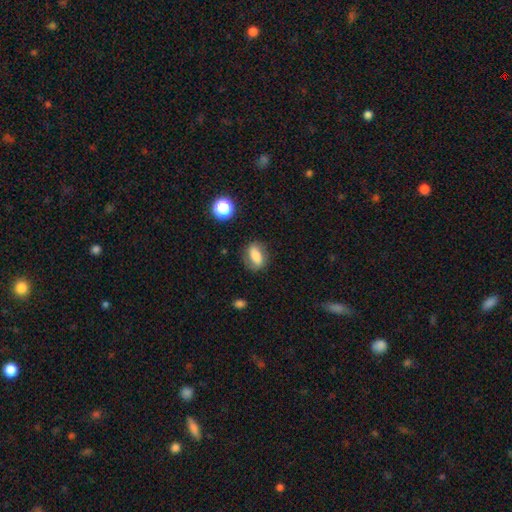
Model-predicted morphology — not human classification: smooth-or-featured: smooth: 71% | featured or disk: 19% | star or artifact: 9%
  how-rounded: in between: 78% | round: 14% | cigar-shaped: 8%
  merging: none: 77% | minor disturbance: 16% | major disturbance: 5% | merger: 2%